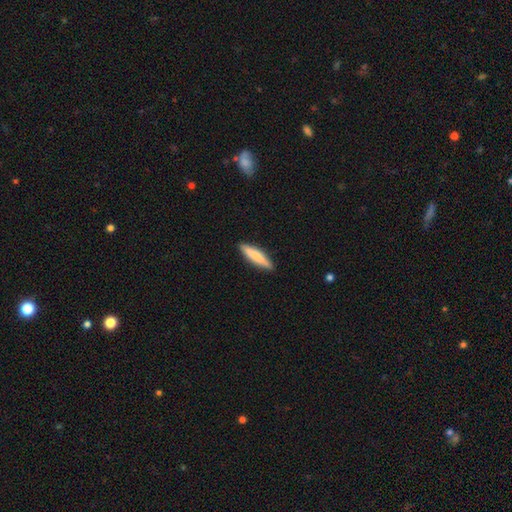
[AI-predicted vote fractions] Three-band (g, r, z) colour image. It shows a smooth galaxy with no disk features (75%) that is cigar-shaped (82%). Merging: none (89%).